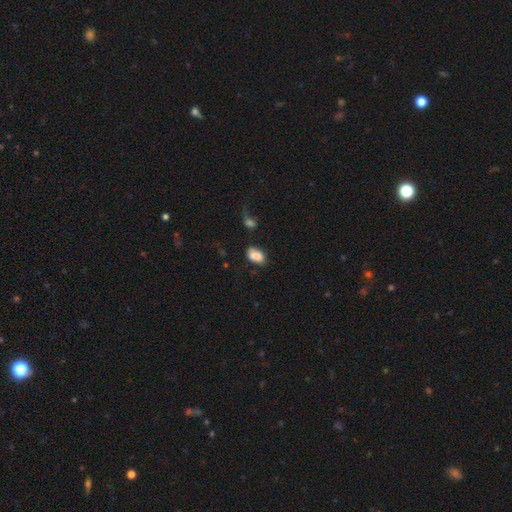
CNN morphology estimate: smooth-or-featured: smooth: 83% | star or artifact: 9% | featured or disk: 8%
  how-rounded: in between: 88% | round: 11% | cigar-shaped: 2%
  merging: none: 55% | minor disturbance: 23% | merger: 14% | major disturbance: 8%